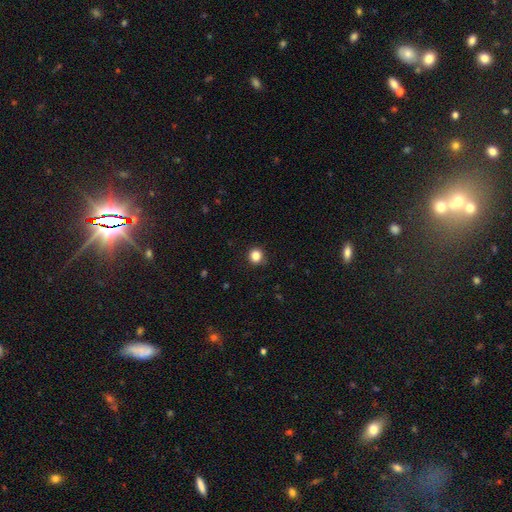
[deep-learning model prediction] Smooth or featured? smooth (85%)
How rounded? round (90%)
Merging? none (90%)